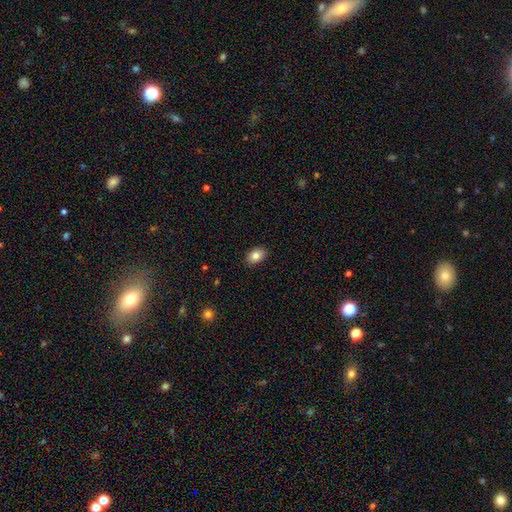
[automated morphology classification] Smooth or featured: smooth — 83% (featured or disk — 9%)
How rounded: in between — 86% (round — 13%)
Merging: none — 89% (minor disturbance — 9%)